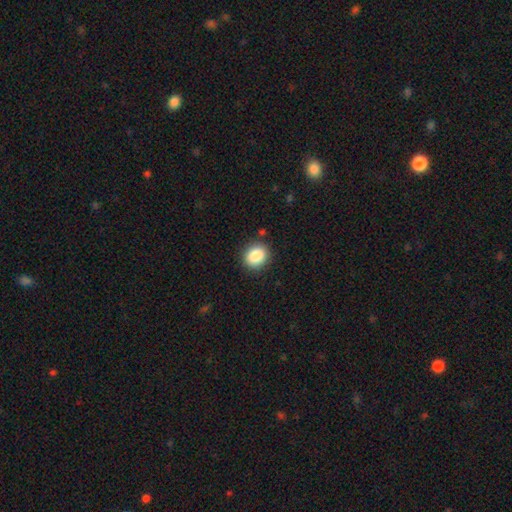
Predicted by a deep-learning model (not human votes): This is clearly a smooth galaxy (87%). How rounded: likely round (73%). Merging: clearly none (88%).